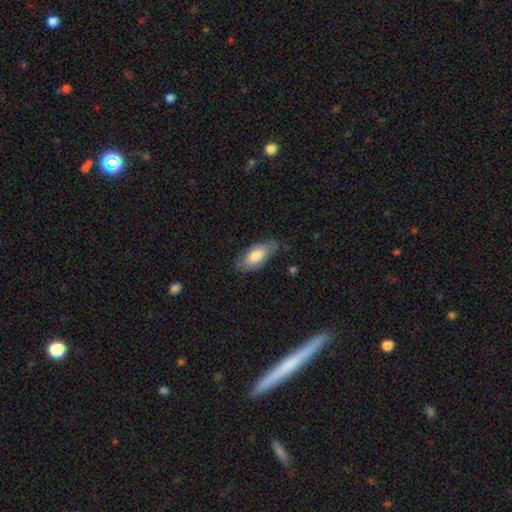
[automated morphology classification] smooth-or-featured: smooth: 76% | featured or disk: 18% | star or artifact: 6%
  how-rounded: in between: 85% | cigar-shaped: 13% | round: 2%
  merging: none: 74% | minor disturbance: 21% | major disturbance: 4% | merger: 1%